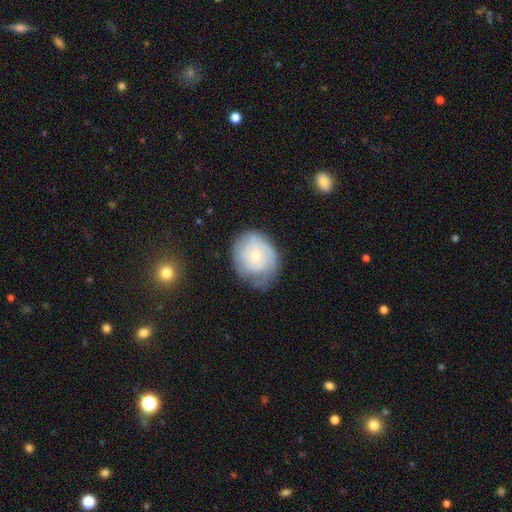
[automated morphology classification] Overall: featured or disk (60%; smooth 33%). Edge-on disk: no (97%). Bar: no (79%). Spiral arms: yes (84%). Bulge size: small (70%). Merging: none (59%; minor disturbance 27%).